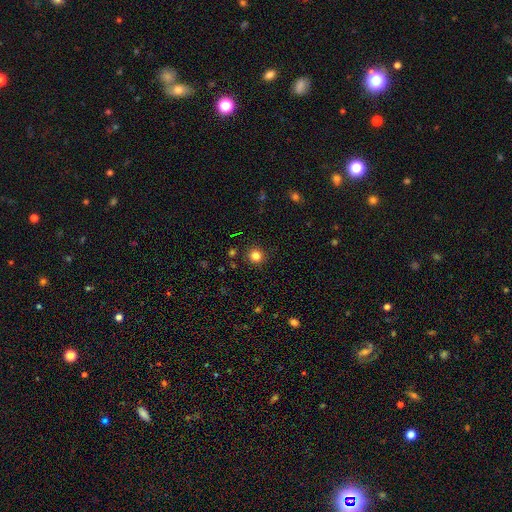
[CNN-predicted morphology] Q: Smooth or featured?
A: smooth (83%); runner-up: star or artifact (13%)
Q: How rounded?
A: round (94%); runner-up: in between (5%)
Q: Merging?
A: none (91%); runner-up: minor disturbance (6%)